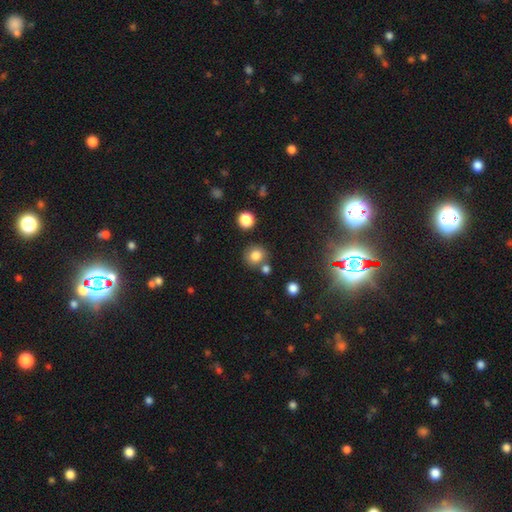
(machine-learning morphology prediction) The model was most divided on "merging": none: 72%, merger: 14%, minor disturbance: 10%, major disturbance: 3%. More confident: how rounded — round (84%); smooth or featured — smooth (80%).